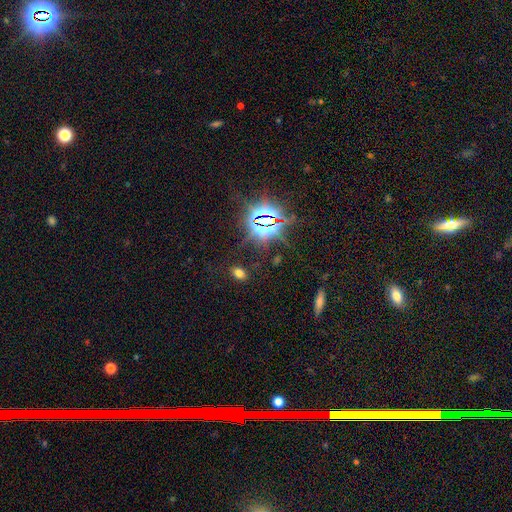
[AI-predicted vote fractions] Smooth or featured? Predicted: star or artifact (p=0.81).